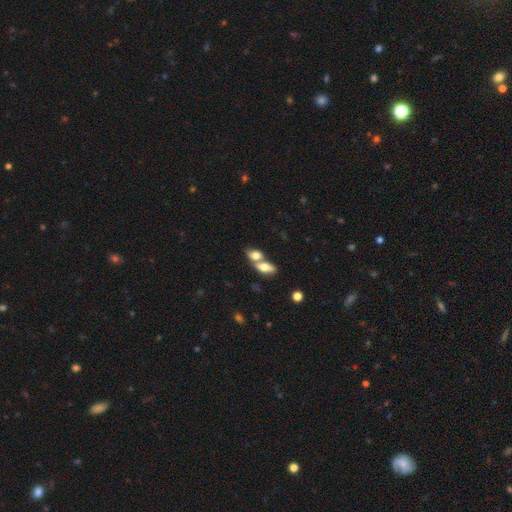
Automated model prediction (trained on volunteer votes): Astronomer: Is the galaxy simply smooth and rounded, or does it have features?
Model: smooth — 74%.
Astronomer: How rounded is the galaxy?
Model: in between — 81%.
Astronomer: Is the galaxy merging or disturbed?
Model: merger — 67%.